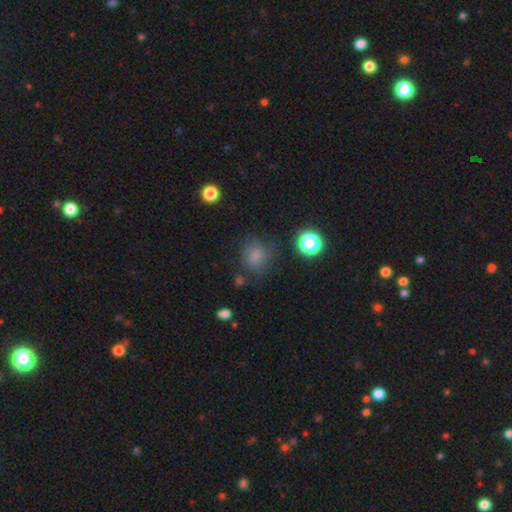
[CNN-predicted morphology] Smooth or featured?
  - smooth: 73% *
  - star or artifact: 17%
  - featured or disk: 10%
How rounded?
  - round: 69% *
  - in between: 30%
  - cigar-shaped: 1%
Merging?
  - none: 66% *
  - minor disturbance: 20%
  - major disturbance: 10%
  - merger: 4%